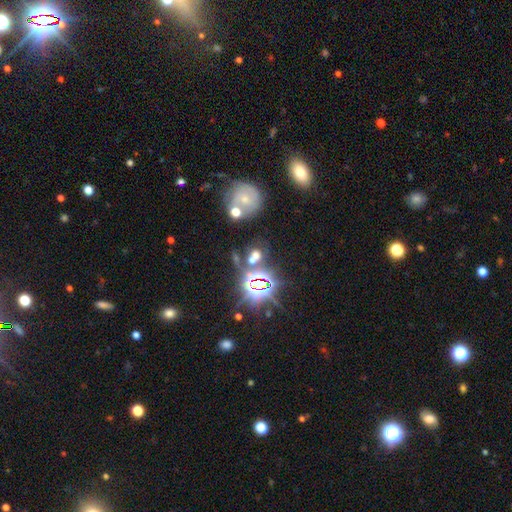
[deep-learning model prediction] The model was most divided on "smooth or featured": star or artifact: 52%, smooth: 36%, featured or disk: 12%.